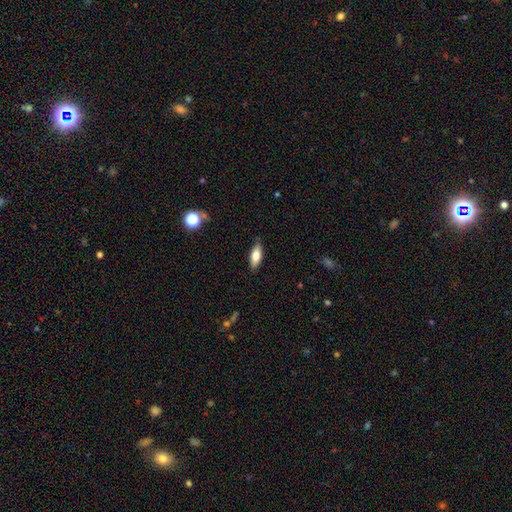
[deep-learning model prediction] Smooth or featured? Predicted: smooth (p=0.75). How rounded? Predicted: in between (p=0.74). Merging? Predicted: none (p=0.82).